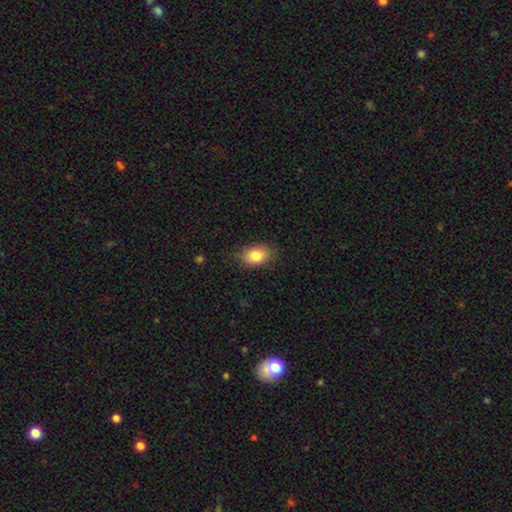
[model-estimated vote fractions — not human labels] Smooth or featured? Predicted: smooth (p=0.83). How rounded? Predicted: in between (p=0.83). Merging? Predicted: none (p=0.81).